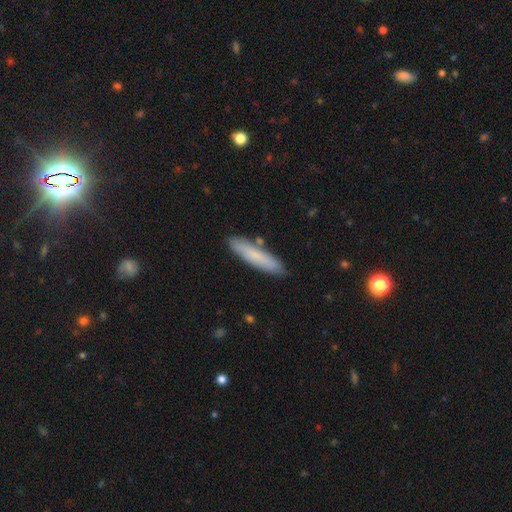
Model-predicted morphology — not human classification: Overall: smooth (78%). How rounded: cigar-shaped (83%). Merging: none (85%).